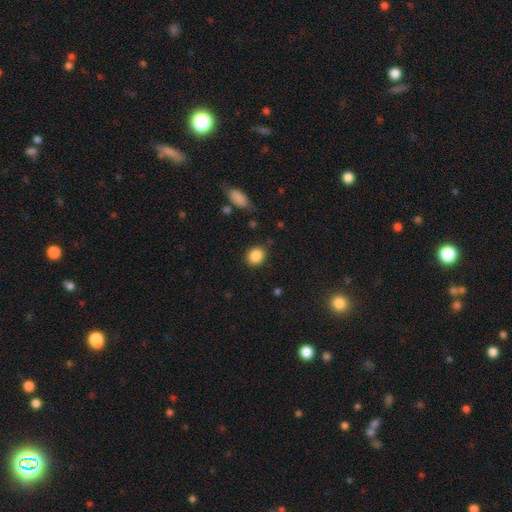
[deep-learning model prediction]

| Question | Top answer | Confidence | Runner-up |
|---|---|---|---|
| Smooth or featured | smooth | 87% | star or artifact (9%) |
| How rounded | round | 63% | in between (36%) |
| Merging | none | 86% | minor disturbance (9%) |